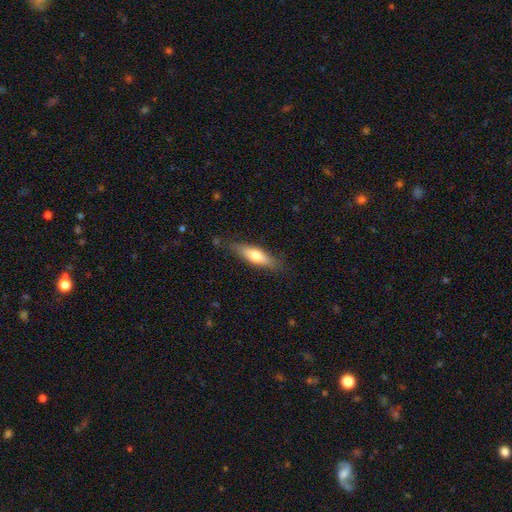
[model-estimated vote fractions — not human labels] smooth-or-featured: smooth: 66% | featured or disk: 28% | star or artifact: 6%
  how-rounded: cigar-shaped: 50% | in between: 48% | round: 2%
  merging: none: 81% | minor disturbance: 15% | major disturbance: 3% | merger: 1%